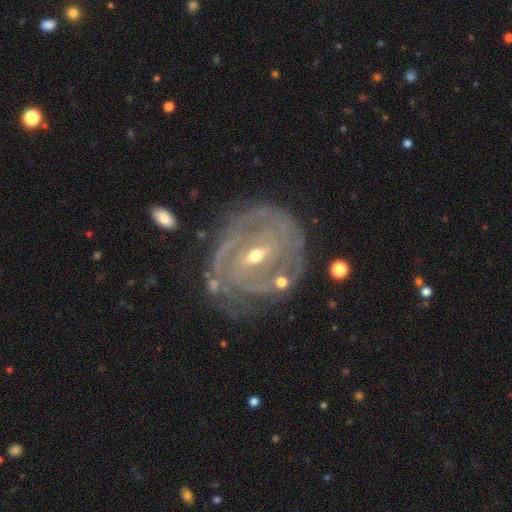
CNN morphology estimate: type=featured or disk (89%); edge-on=no (96%); bar=weak (49%); spiral arms=yes (93%); winding=tight (78%); arm count=can't tell (34%); bulge=small (52%); merging=none (68%).